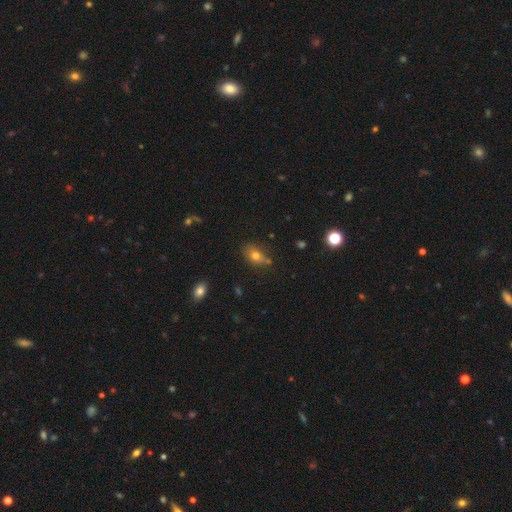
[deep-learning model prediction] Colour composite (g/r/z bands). It shows a smooth galaxy with no disk features (73%) that is in between round and cigar-shaped (75%). Merging: none (61%).